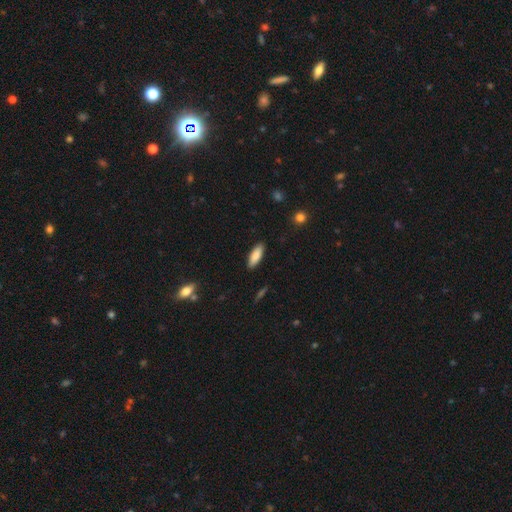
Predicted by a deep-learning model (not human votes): Smooth or featured: smooth — 83% (featured or disk — 11%)
How rounded: in between — 67% (cigar-shaped — 31%)
Merging: none — 89% (minor disturbance — 8%)